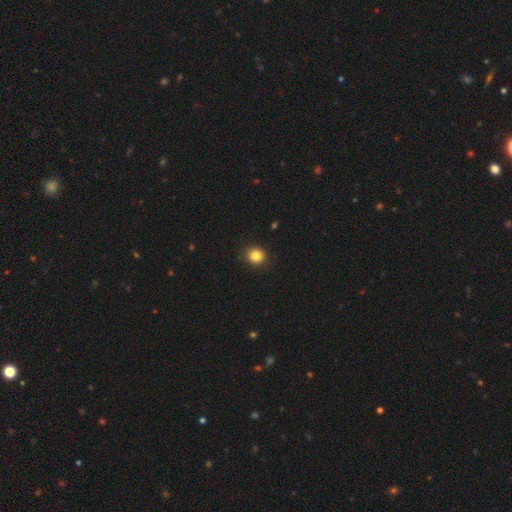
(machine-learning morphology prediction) Smooth or featured? Predicted: smooth (p=0.84). How rounded? Predicted: round (p=0.89). Merging? Predicted: none (p=0.92).